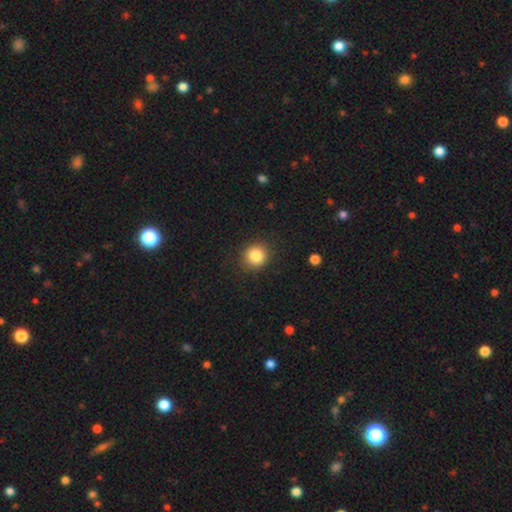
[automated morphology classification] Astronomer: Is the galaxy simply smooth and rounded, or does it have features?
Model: smooth — 84%.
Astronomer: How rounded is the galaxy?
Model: round — 88%.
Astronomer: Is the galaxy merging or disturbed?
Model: none — 89%.